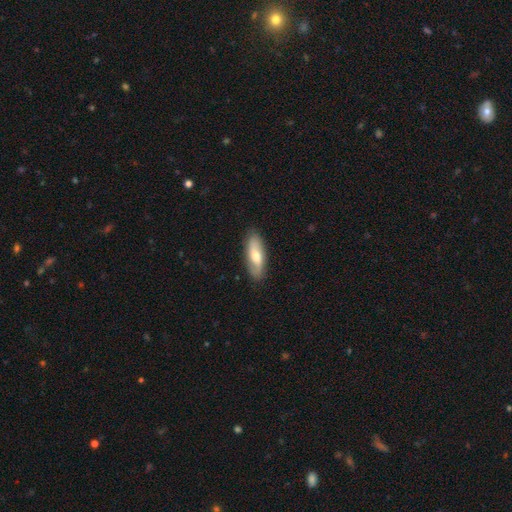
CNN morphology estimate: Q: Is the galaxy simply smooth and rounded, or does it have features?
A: smooth — 54%.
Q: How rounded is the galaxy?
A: in between — 69%.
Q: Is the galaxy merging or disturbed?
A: none — 87%.